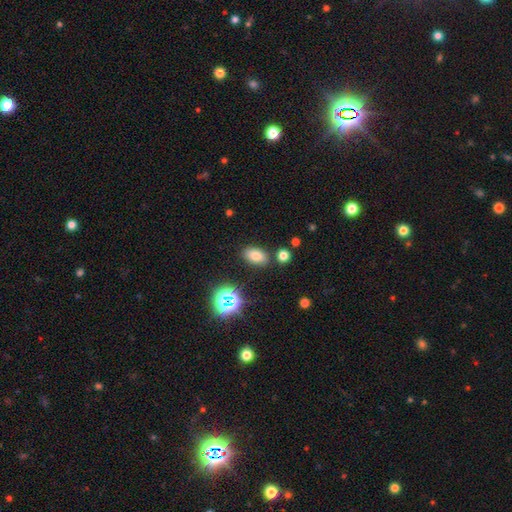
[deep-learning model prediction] Morphology: type=smooth (73%); roundness=in between (88%); merging=none (83%).